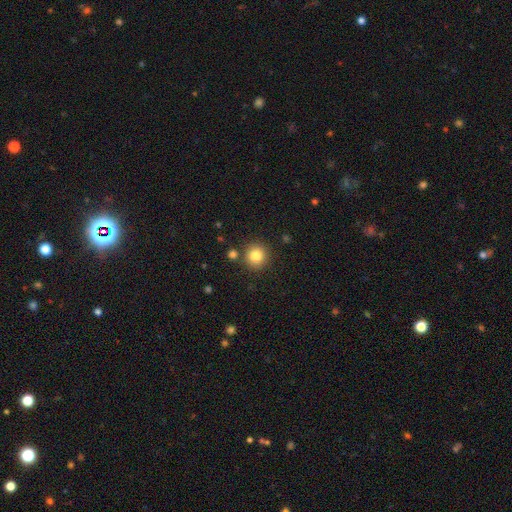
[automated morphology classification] This appears to be a smooth galaxy with no disk features (83%) that is round (93%). Merging: none (85%).